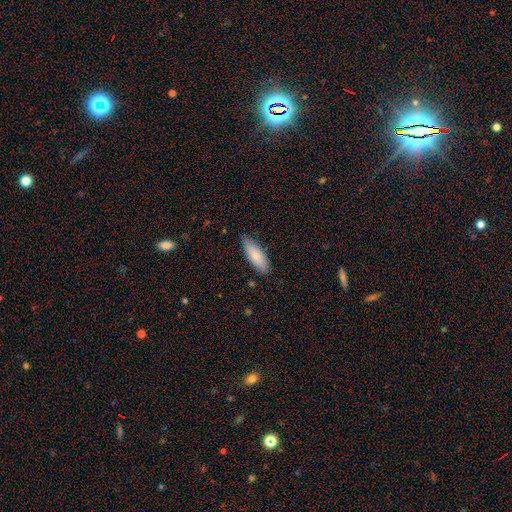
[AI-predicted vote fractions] Morphology: type=smooth (81%); roundness=in between (68%); merging=none (78%).